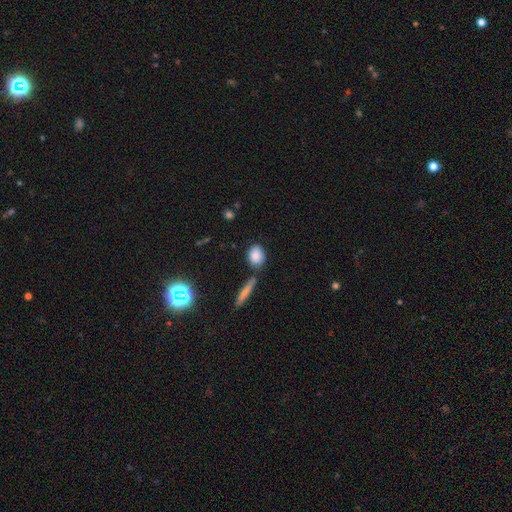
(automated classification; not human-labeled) A smooth galaxy with no disk features (84%) that is in between round and cigar-shaped (64%). Merging: none (70%).